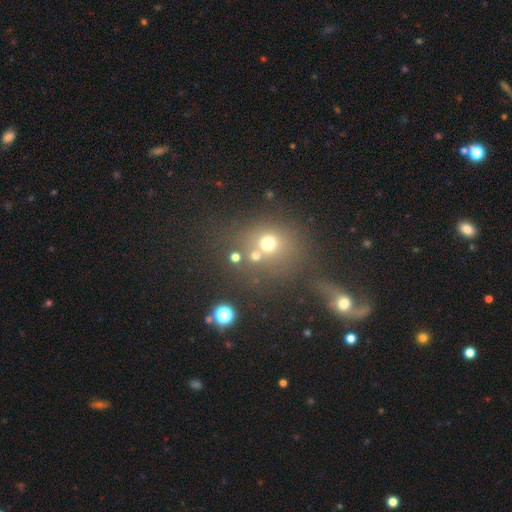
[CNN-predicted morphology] type=smooth (64%); roundness=round (81%); merging=none (59%).